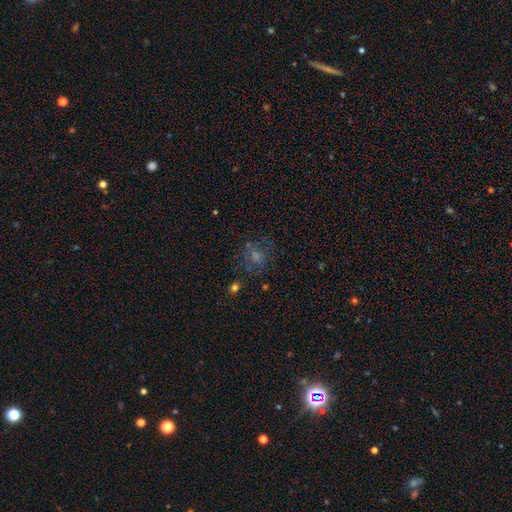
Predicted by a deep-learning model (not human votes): The model was most divided on "smooth or featured": smooth: 48%, featured or disk: 29%, star or artifact: 23%. More confident: merging — none (62%).